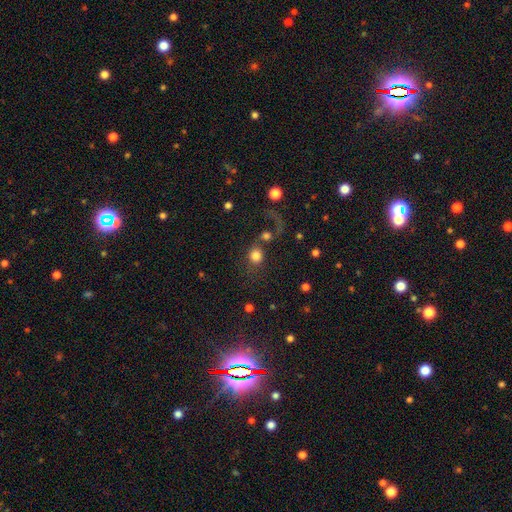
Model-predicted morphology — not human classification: Q: Smooth or featured?
A: smooth (77%); runner-up: featured or disk (12%)
Q: How rounded?
A: round (82%); runner-up: in between (17%)
Q: Merging?
A: none (45%); runner-up: merger (29%)